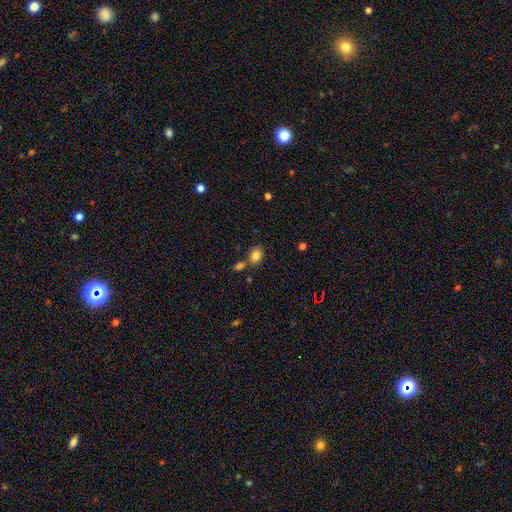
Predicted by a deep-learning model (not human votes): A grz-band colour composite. It shows a smooth galaxy with no disk features (83%) that is round (50%). Merging: none (66%).